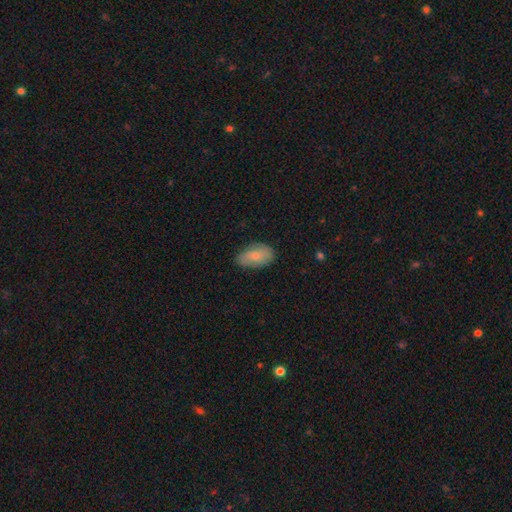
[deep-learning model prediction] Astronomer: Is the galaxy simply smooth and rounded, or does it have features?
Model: smooth — 74%.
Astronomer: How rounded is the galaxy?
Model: in between — 93%.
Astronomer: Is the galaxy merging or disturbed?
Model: none — 78%.